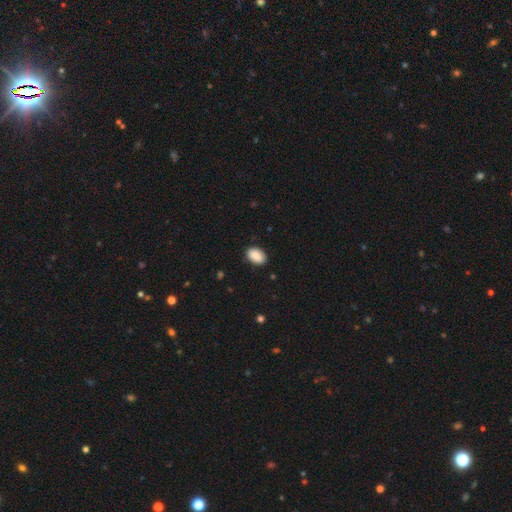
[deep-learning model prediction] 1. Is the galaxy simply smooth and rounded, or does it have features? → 90% smooth, 7% star or artifact, 4% featured or disk.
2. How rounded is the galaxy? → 89% in between, 10% round, 1% cigar-shaped.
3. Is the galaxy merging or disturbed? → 86% none, 11% minor disturbance, 2% major disturbance, 1% merger.